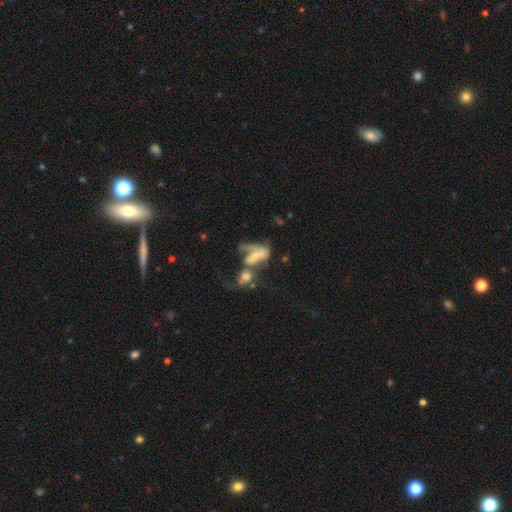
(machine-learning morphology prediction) Smooth or featured? featured or disk (47%)
Merging? merger (56%)